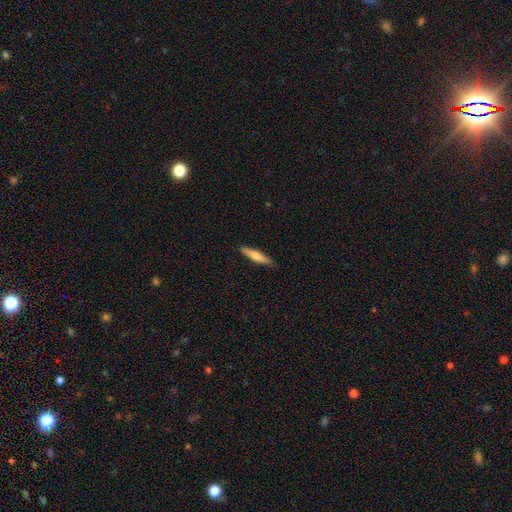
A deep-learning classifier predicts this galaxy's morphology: smooth-or-featured: smooth: 66% | featured or disk: 29% | star or artifact: 5%
  how-rounded: cigar-shaped: 86% | in between: 12% | round: 1%
  merging: none: 89% | minor disturbance: 8% | major disturbance: 2% | merger: 1%